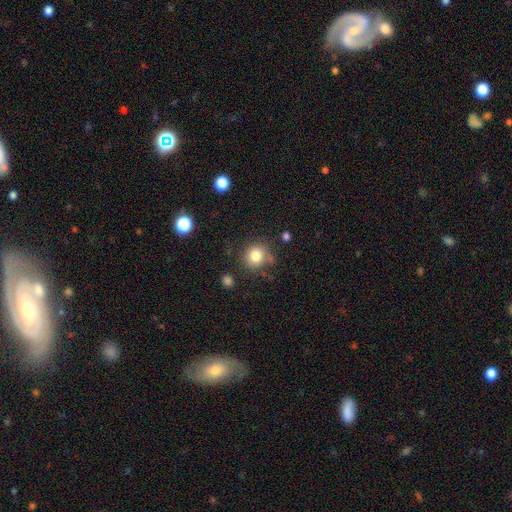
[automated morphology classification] type=smooth (81%); roundness=round (87%); merging=none (77%).